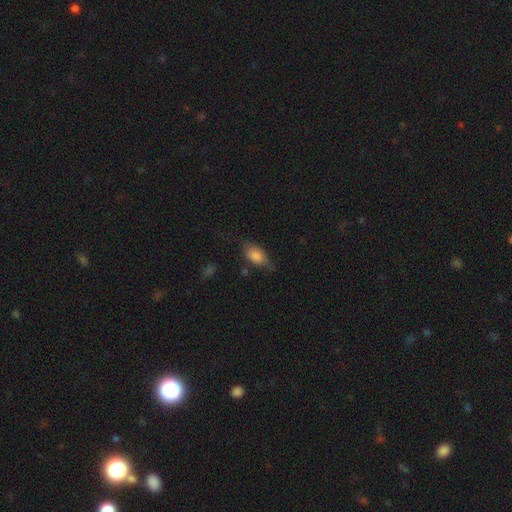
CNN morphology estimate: Overall: smooth (77%). How rounded: in between (87%). Merging: none (52%; minor disturbance 33%).